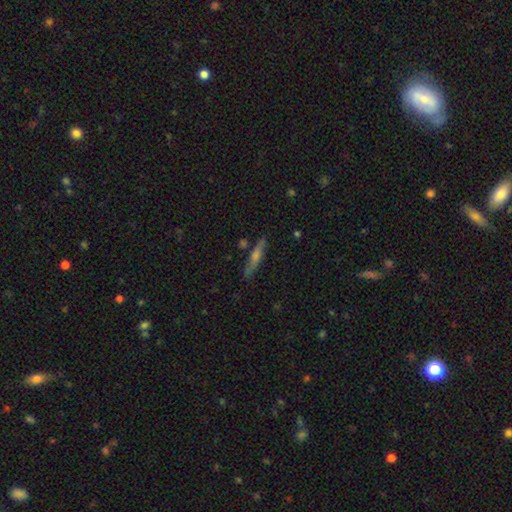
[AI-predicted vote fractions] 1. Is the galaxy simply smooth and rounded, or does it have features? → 54% featured or disk, 38% smooth, 9% star or artifact.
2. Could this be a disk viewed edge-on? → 94% yes, 6% no.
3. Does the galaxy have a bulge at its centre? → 68% rounded, 21% none, 10% boxy.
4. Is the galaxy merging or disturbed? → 83% none, 11% minor disturbance, 3% merger, 2% major disturbance.